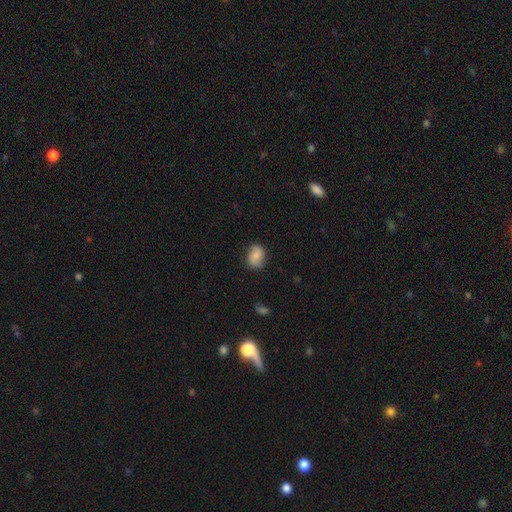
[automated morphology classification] Smooth or featured? smooth (73%)
How rounded? in between (65%)
Merging? none (79%)